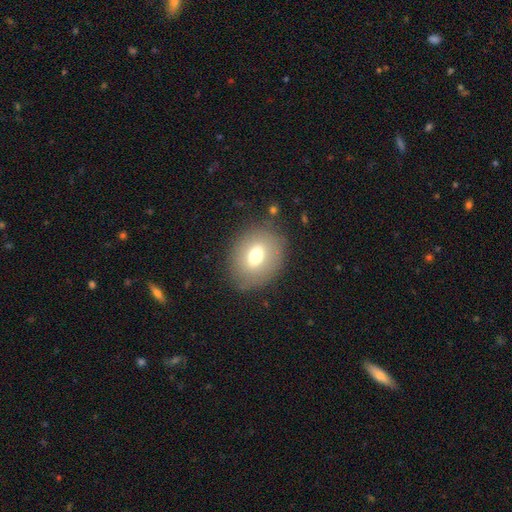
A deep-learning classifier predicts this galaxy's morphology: smooth 65%, featured or disk 24%, star or artifact 10%. Down the decision tree: how rounded — in between (56%); merging — none (81%).